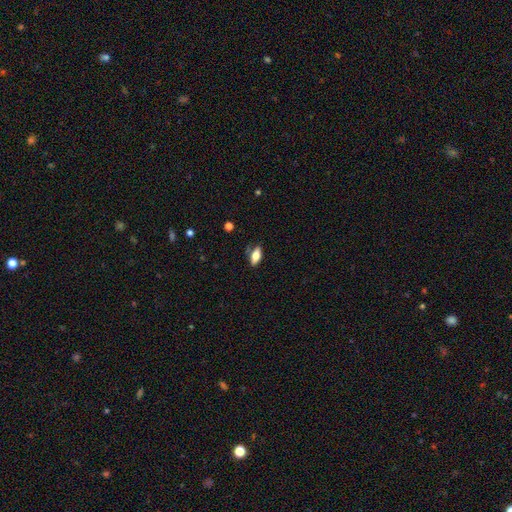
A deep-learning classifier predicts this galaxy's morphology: A smooth galaxy with no disk features (71%) that is in between round and cigar-shaped (80%). Merging: none (77%).